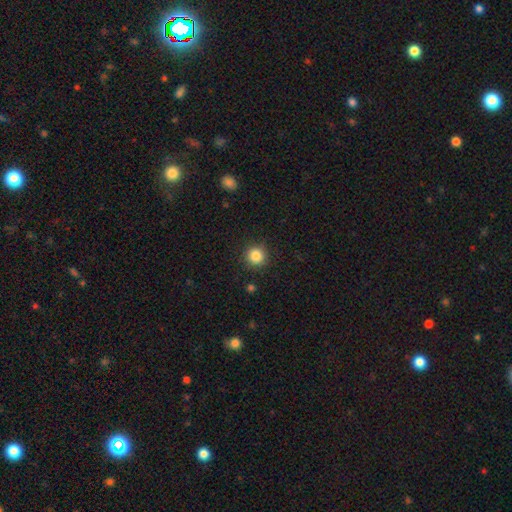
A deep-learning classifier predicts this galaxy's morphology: The model was most divided on "smooth or featured": smooth: 85%, star or artifact: 10%, featured or disk: 5%. More confident: how rounded — round (93%); merging — none (90%).